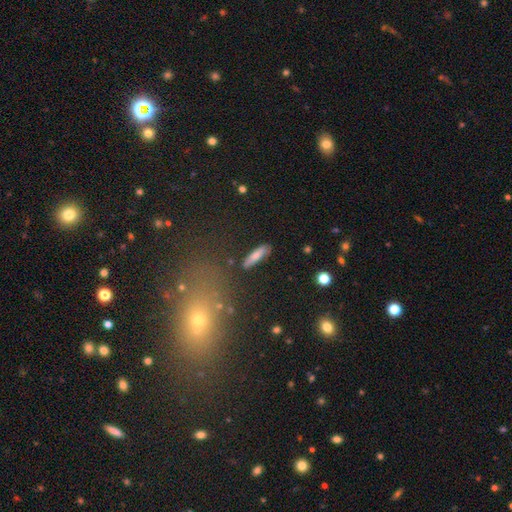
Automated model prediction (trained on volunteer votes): smooth 77%, featured or disk 16%, star or artifact 7%. Down the decision tree: how rounded — cigar-shaped (73%); merging — none (83%).